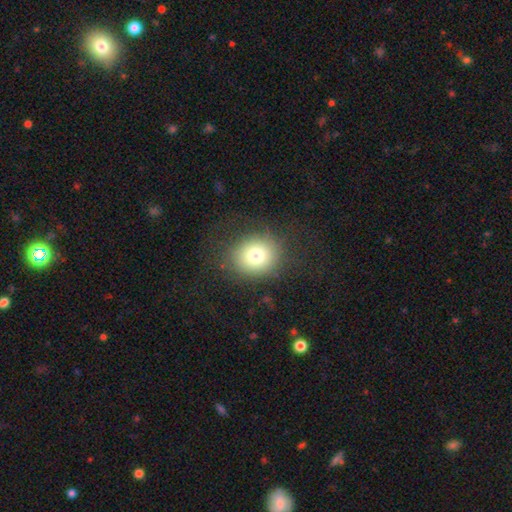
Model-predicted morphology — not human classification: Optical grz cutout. It shows a smooth galaxy with no disk features (76%) that is round (79%). Merging: none (80%).